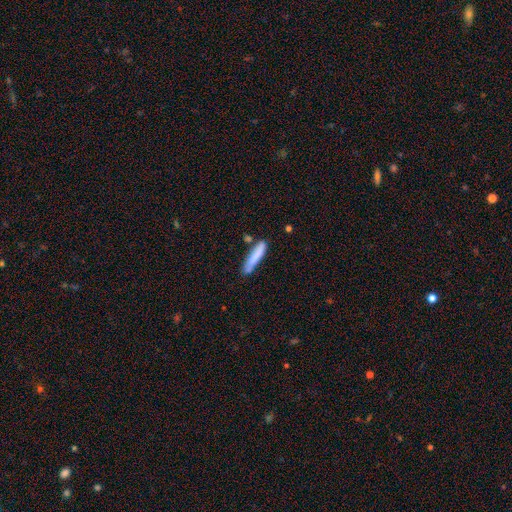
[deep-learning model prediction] smooth-or-featured: smooth: 77% | featured or disk: 16% | star or artifact: 6%
  how-rounded: cigar-shaped: 88% | in between: 10% | round: 1%
  merging: none: 67% | minor disturbance: 20% | merger: 8% | major disturbance: 5%